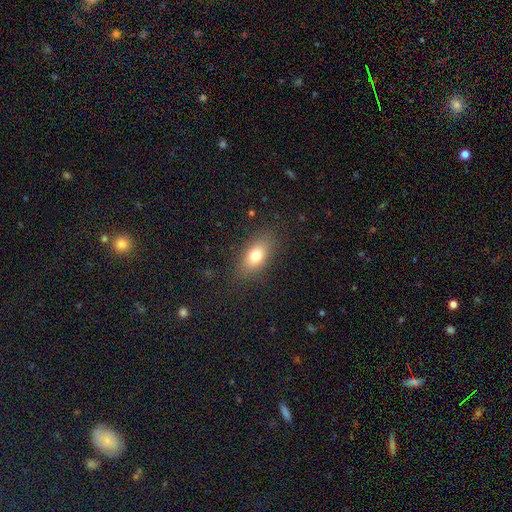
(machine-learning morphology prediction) This appears to be a smooth galaxy with no disk features (75%) that is in between round and cigar-shaped (83%). Merging: none (84%).